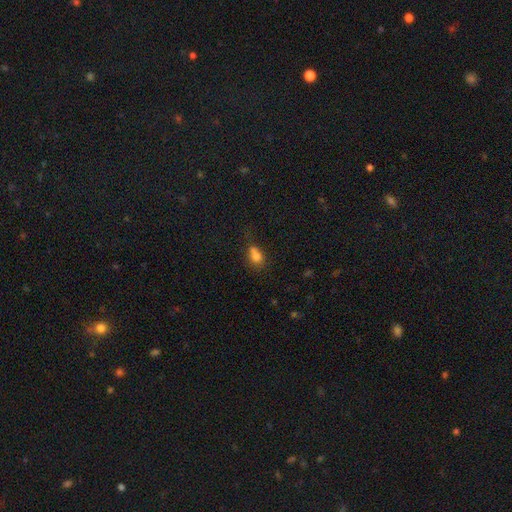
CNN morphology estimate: type=smooth (76%); roundness=in between (56%); merging=merger (39%).